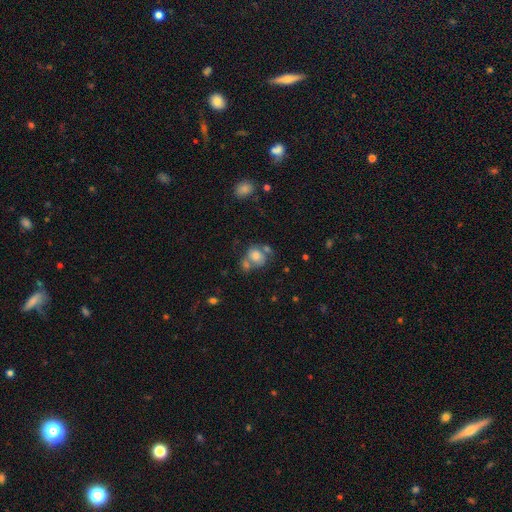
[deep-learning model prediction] Q: Smooth or featured?
A: smooth (64%); runner-up: featured or disk (25%)
Q: How rounded?
A: round (63%); runner-up: in between (36%)
Q: Merging?
A: merger (37%); runner-up: none (35%)